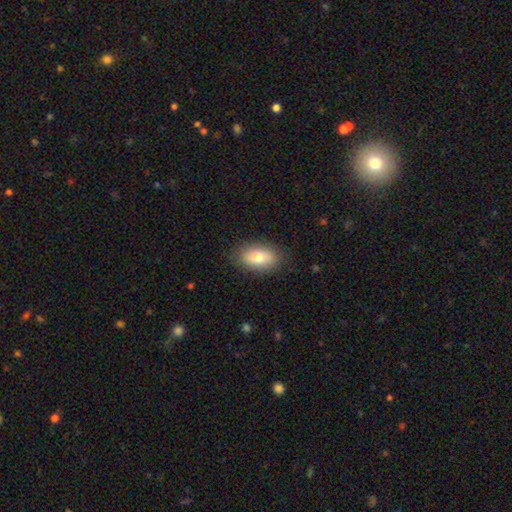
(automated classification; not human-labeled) Smooth or featured? smooth (78%)
How rounded? in between (90%)
Merging? none (84%)